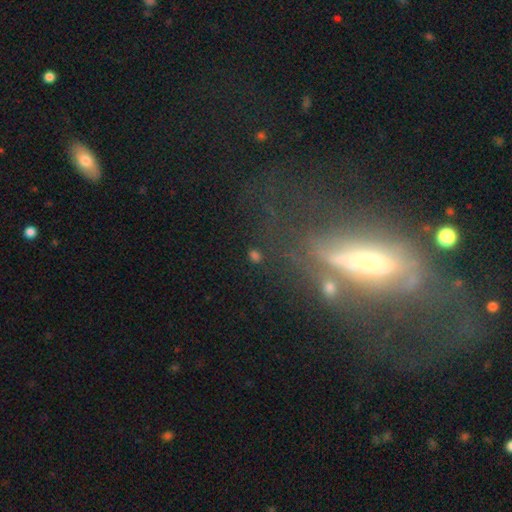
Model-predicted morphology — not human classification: Smooth or featured? Predicted: smooth (p=0.39). Merging? Predicted: none (p=0.62).